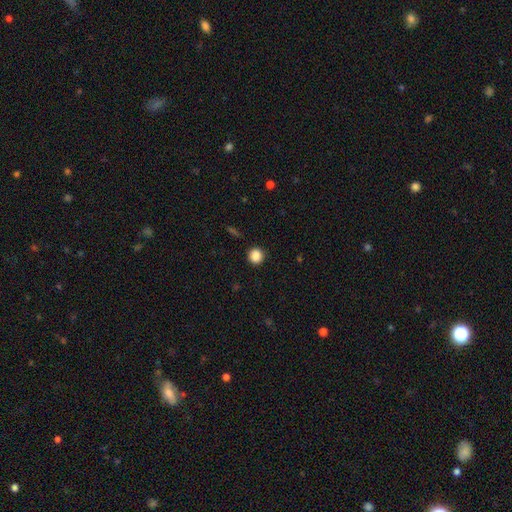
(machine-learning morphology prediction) smooth_or_featured: smooth (p=0.87) [alt: star or artifact p=0.10]
how_rounded: round (p=0.92) [alt: in between p=0.07]
merging: none (p=0.91) [alt: minor disturbance p=0.06]